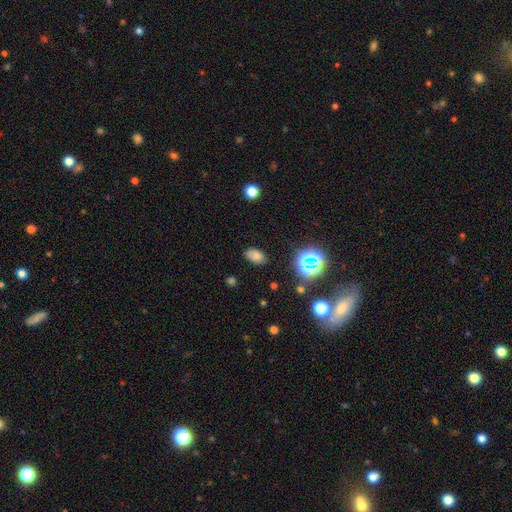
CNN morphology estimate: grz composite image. It shows a smooth galaxy with no disk features (71%) that is in between round and cigar-shaped (90%). Merging: none (80%).